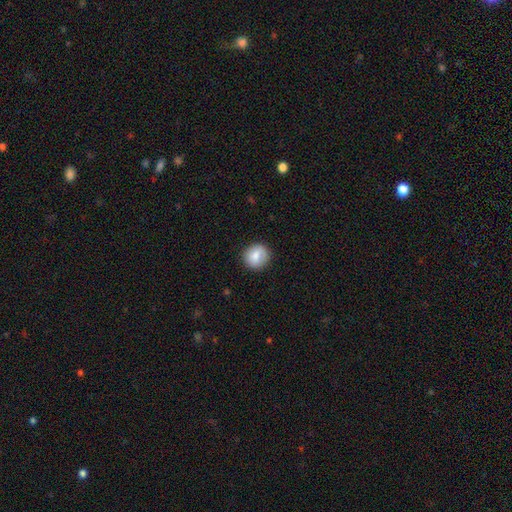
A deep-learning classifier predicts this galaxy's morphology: Smooth or featured?
  - smooth: 81% *
  - featured or disk: 12%
  - star or artifact: 7%
How rounded?
  - round: 88% *
  - in between: 11%
  - cigar-shaped: 1%
Merging?
  - none: 86% *
  - minor disturbance: 11%
  - major disturbance: 3%
  - merger: 1%